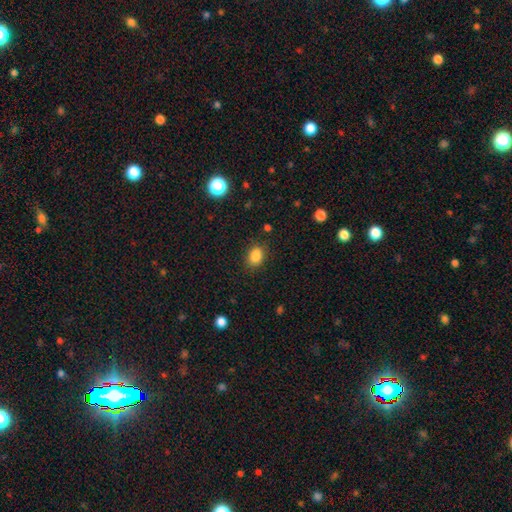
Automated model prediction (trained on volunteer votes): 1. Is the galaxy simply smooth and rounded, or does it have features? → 86% smooth, 10% star or artifact, 4% featured or disk.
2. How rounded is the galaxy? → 71% in between, 28% round, 1% cigar-shaped.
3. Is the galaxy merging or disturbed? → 83% none, 13% minor disturbance, 3% major disturbance, 2% merger.